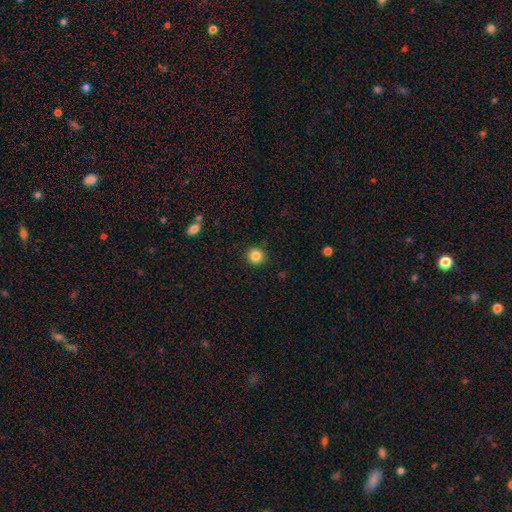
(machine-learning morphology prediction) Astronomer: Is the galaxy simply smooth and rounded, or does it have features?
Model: smooth — 85%.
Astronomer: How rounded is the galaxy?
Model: round — 90%.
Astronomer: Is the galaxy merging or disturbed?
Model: none — 90%.